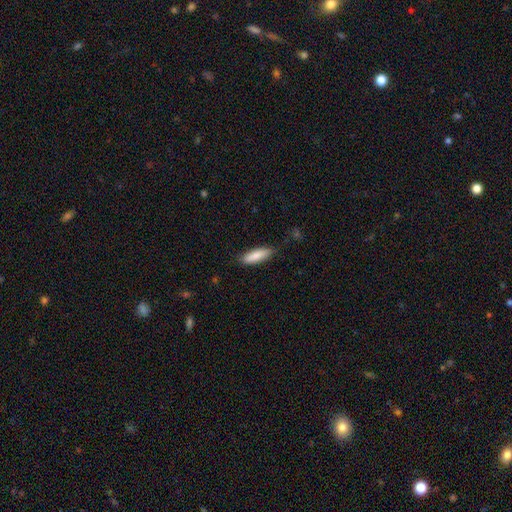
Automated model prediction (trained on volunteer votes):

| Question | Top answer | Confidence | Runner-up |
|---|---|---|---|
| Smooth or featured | smooth | 85% | featured or disk (10%) |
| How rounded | cigar-shaped | 55% | in between (43%) |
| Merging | none | 83% | minor disturbance (14%) |